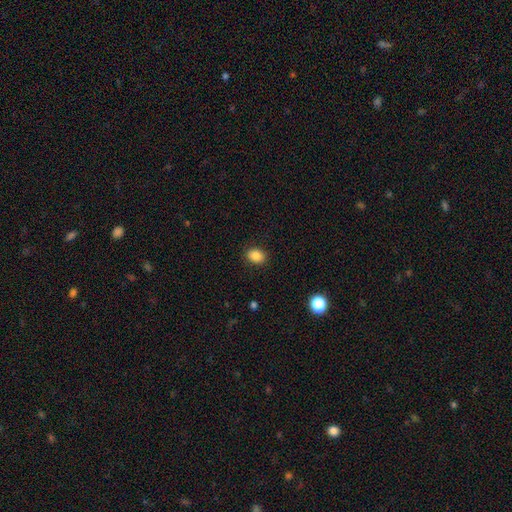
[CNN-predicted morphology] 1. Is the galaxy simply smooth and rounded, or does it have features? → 86% smooth, 9% star or artifact, 5% featured or disk.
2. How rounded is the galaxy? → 66% in between, 33% round, 1% cigar-shaped.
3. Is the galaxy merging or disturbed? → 89% none, 8% minor disturbance, 2% major disturbance, 1% merger.